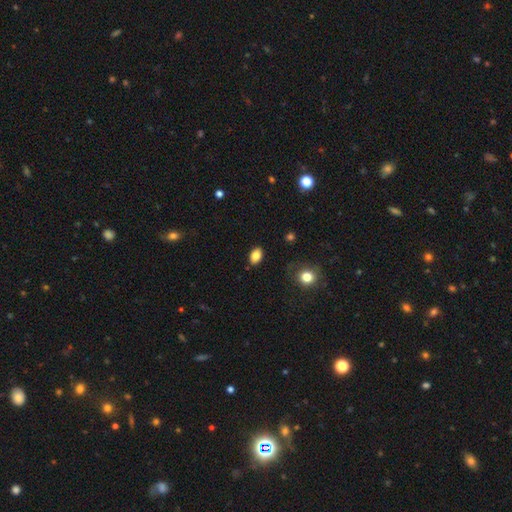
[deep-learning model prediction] Q: Smooth or featured?
A: smooth (84%); runner-up: star or artifact (9%)
Q: How rounded?
A: in between (87%); runner-up: round (12%)
Q: Merging?
A: none (86%); runner-up: minor disturbance (10%)